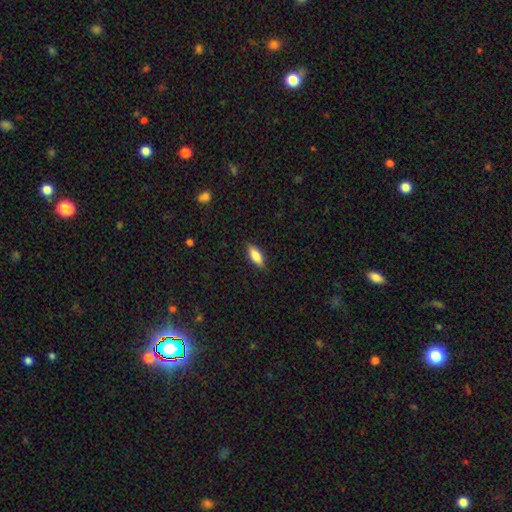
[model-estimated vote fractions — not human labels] This appears to be a smooth galaxy with no disk features (80%) that is in between round and cigar-shaped (76%). Merging: none (87%).